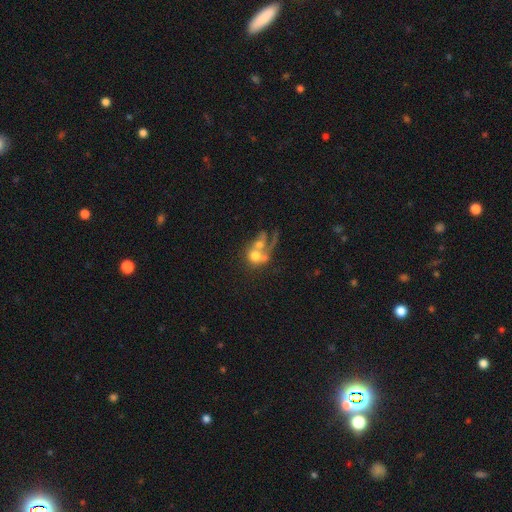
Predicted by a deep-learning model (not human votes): Smooth or featured?
  - smooth: 49% *
  - featured or disk: 40%
  - star or artifact: 11%
Merging?
  - merger: 60% *
  - major disturbance: 17%
  - none: 16%
  - minor disturbance: 7%